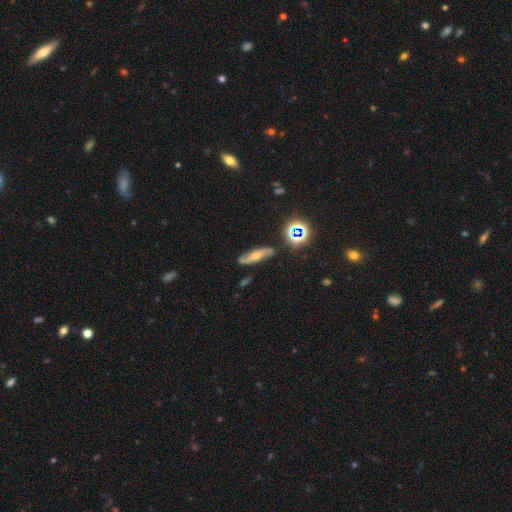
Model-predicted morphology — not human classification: smooth-or-featured: featured or disk: 59% | smooth: 28% | star or artifact: 13%
  disk-edge-on: no: 77% | yes: 23%
  merging: none: 76% | minor disturbance: 16% | major disturbance: 5% | merger: 3%